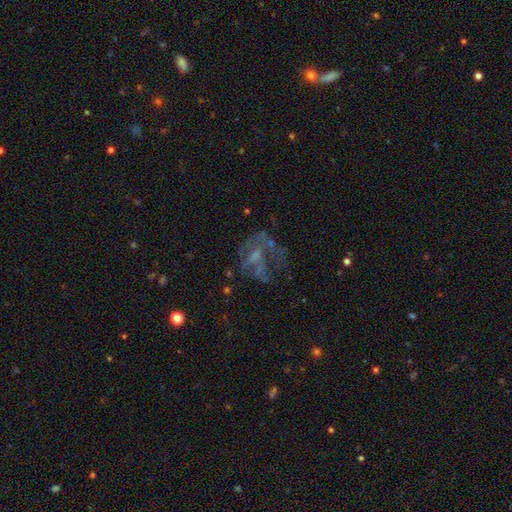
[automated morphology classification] A featured or disk galaxy (57%) with no bar (71%), no spiral arms (72%) and no central bulge (49%).

Vote fractions:
- Smooth or featured? featured or disk: 57% / smooth: 22% / star or artifact: 21%
- Edge-on disk? no: 97% / yes: 3%
- Bar? no: 71% / weak: 23% / strong: 6%
- Spiral arms? no: 72% / yes: 28%
- Bulge size? none: 49% / small: 29% / moderate: 19% / large: 3% / dominant: 1%
- Merging? major disturbance: 42% / none: 36% / minor disturbance: 15% / merger: 7%